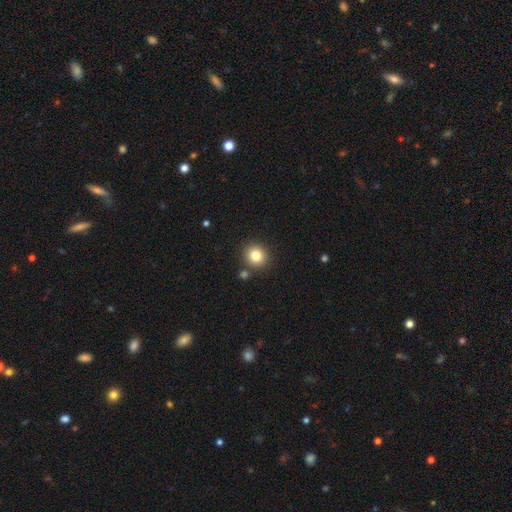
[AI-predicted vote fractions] Q: Smooth or featured?
A: smooth (83%); runner-up: star or artifact (11%)
Q: How rounded?
A: round (87%); runner-up: in between (12%)
Q: Merging?
A: none (83%); runner-up: minor disturbance (8%)